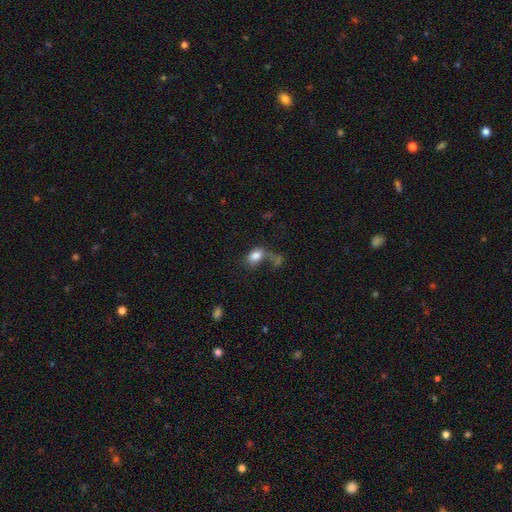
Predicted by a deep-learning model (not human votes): This is clearly a smooth galaxy (81%). How rounded: clearly in between (81%). Merging: marginally none (37%).